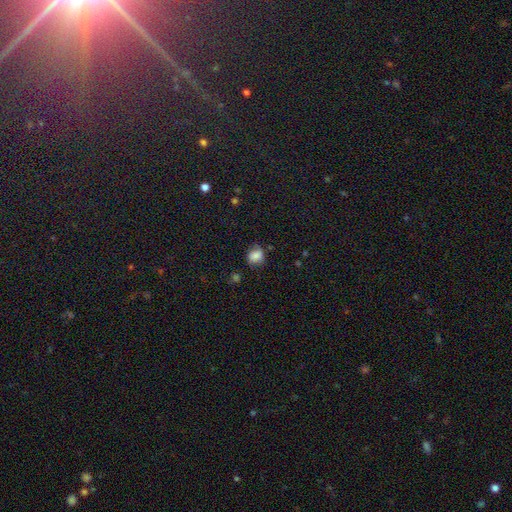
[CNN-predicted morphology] A smooth galaxy with no disk features (81%) that is round (64%).

Vote fractions:
- Smooth or featured? smooth: 81% / star or artifact: 10% / featured or disk: 9%
- How rounded? round: 64% / in between: 35% / cigar-shaped: 1%
- Merging? none: 69% / minor disturbance: 23% / major disturbance: 6% / merger: 2%